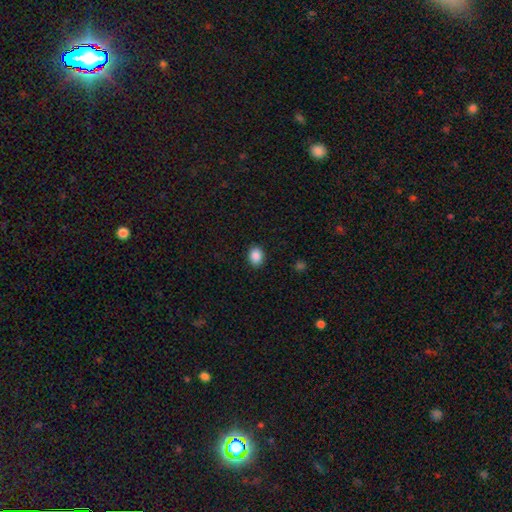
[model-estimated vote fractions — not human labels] smooth-or-featured: smooth: 89% | star or artifact: 8% | featured or disk: 3%
  how-rounded: in between: 59% | round: 40% | cigar-shaped: 1%
  merging: none: 89% | minor disturbance: 8% | major disturbance: 2% | merger: 1%